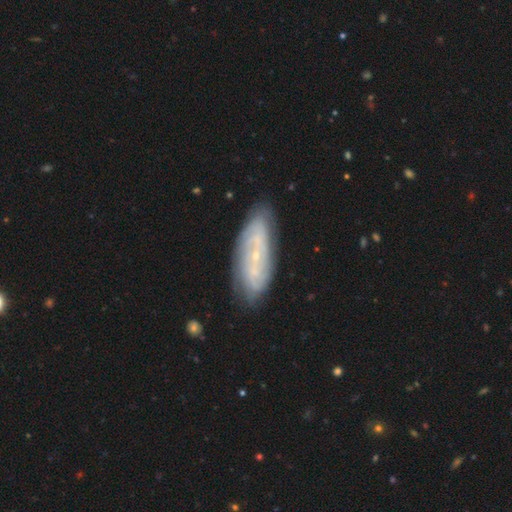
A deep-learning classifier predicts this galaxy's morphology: A featured or disk galaxy (68%) with no bar (66%), spiral arms (77%) and a small central bulge (83%).

Vote fractions:
- Smooth or featured? featured or disk: 68% / smooth: 24% / star or artifact: 8%
- Edge-on disk? no: 86% / yes: 14%
- Bar? no: 66% / weak: 25% / strong: 8%
- Spiral arms? yes: 77% / no: 23%
- Bulge size? small: 83% / moderate: 11% / none: 4% / large: 1% / dominant: 1%
- Merging? none: 79% / minor disturbance: 14% / major disturbance: 4% / merger: 3%